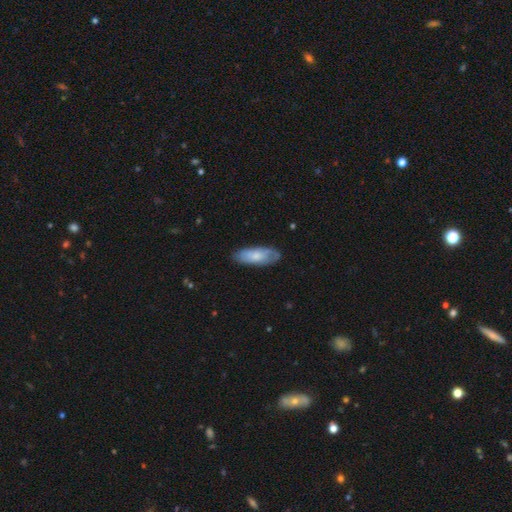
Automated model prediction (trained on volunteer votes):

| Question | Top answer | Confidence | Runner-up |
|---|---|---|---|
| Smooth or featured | smooth | 66% | featured or disk (28%) |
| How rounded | in between | 70% | cigar-shaped (28%) |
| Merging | none | 74% | minor disturbance (21%) |